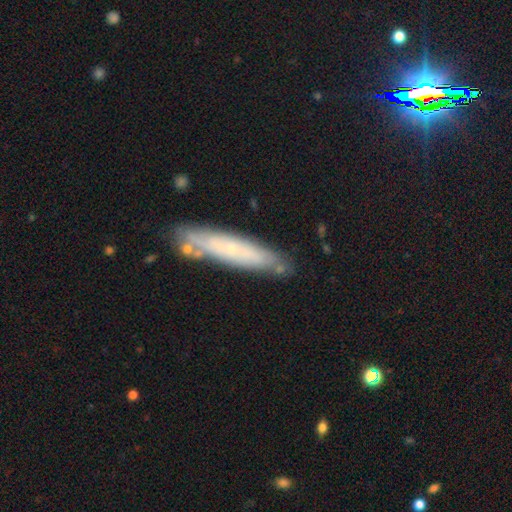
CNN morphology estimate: Smooth or featured: smooth — 52% (featured or disk — 41%)
How rounded: cigar-shaped — 78% (in between — 20%)
Merging: none — 75% (minor disturbance — 15%)